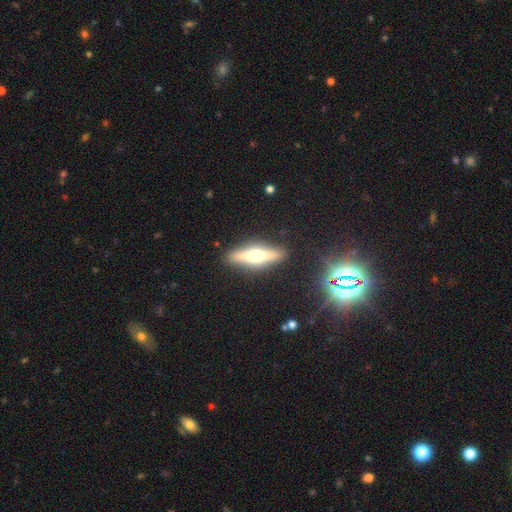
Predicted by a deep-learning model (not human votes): This appears to be a featured or disk galaxy (63%) viewed edge-on (94%) with a rounded central bulge (94%). Merging: none (88%).